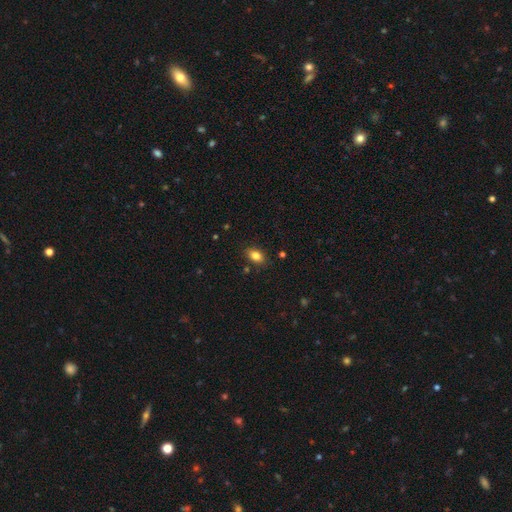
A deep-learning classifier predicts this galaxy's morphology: smooth_or_featured: smooth (p=0.83) [alt: star or artifact p=0.09]
how_rounded: in between (p=0.84) [alt: round p=0.15]
merging: none (p=0.85) [alt: minor disturbance p=0.11]